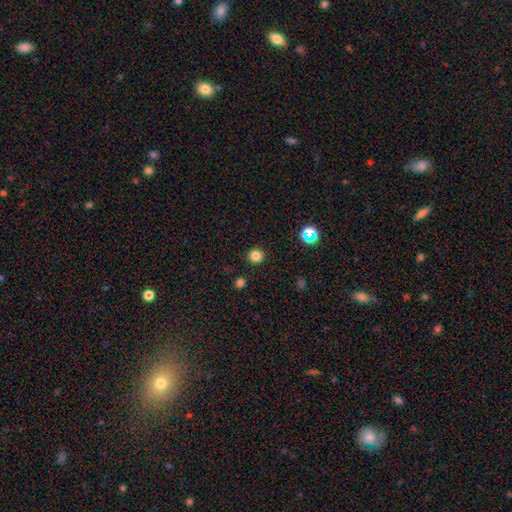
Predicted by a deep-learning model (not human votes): smooth-or-featured: smooth: 81% | star or artifact: 14% | featured or disk: 5%
  how-rounded: round: 94% | in between: 5% | cigar-shaped: 1%
  merging: none: 92% | minor disturbance: 5% | major disturbance: 2% | merger: 1%